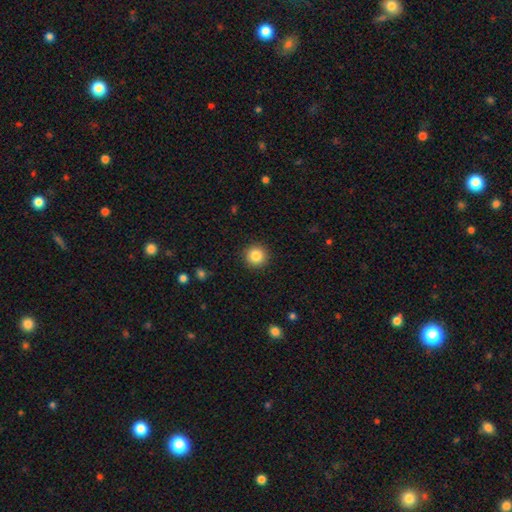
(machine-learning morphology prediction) This appears to be a smooth galaxy with no disk features (85%) that is round (95%). Merging: none (92%).